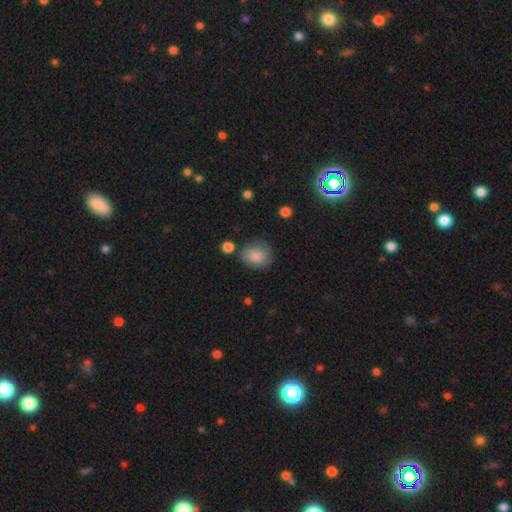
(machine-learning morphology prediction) This appears to be a smooth galaxy with no disk features (82%) that is round (64%). Merging: none (66%).